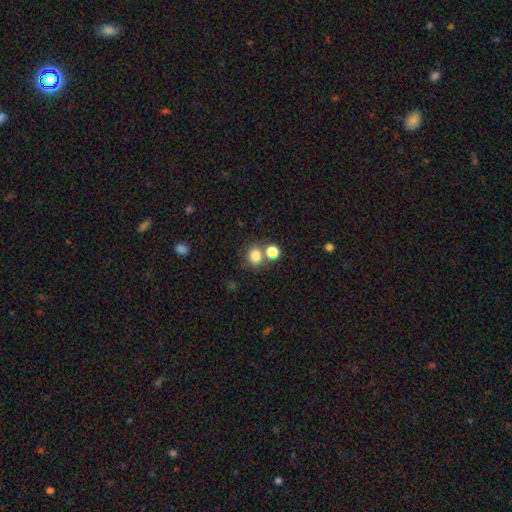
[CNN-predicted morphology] Overall: smooth (80%). How rounded: round (75%). Merging: none (63%; merger 24%).